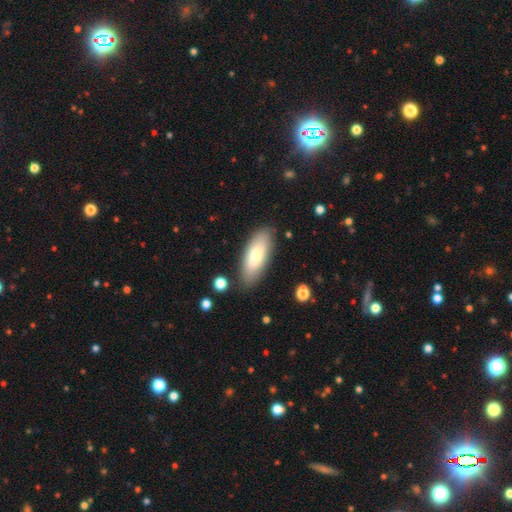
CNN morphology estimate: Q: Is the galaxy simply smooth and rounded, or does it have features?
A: smooth — 77%.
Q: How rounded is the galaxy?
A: in between — 78%.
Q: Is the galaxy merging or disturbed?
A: none — 84%.